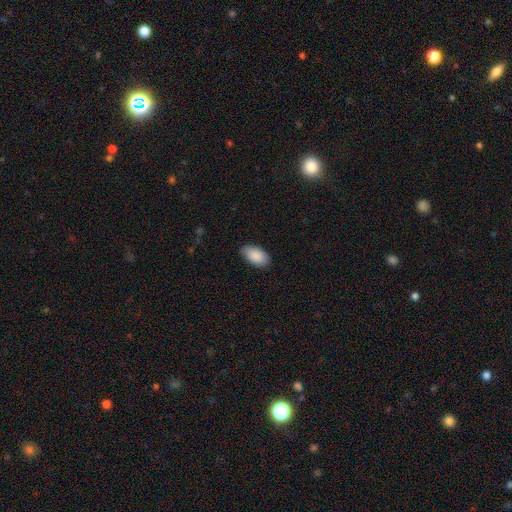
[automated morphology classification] Q: Smooth or featured?
A: smooth (90%); runner-up: star or artifact (6%)
Q: How rounded?
A: in between (95%); runner-up: round (3%)
Q: Merging?
A: none (82%); runner-up: minor disturbance (15%)